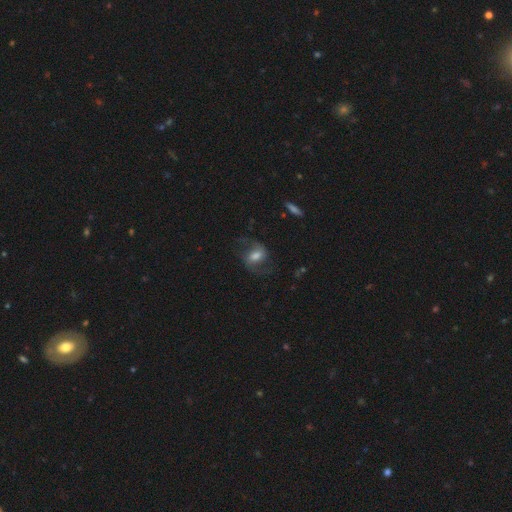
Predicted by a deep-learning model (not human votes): A featured or disk galaxy (66%) with a weak bar (49%), 2 (91%) loose (51%) spiral arms (91%) and a moderate central bulge (52%). Merging: none (67%).